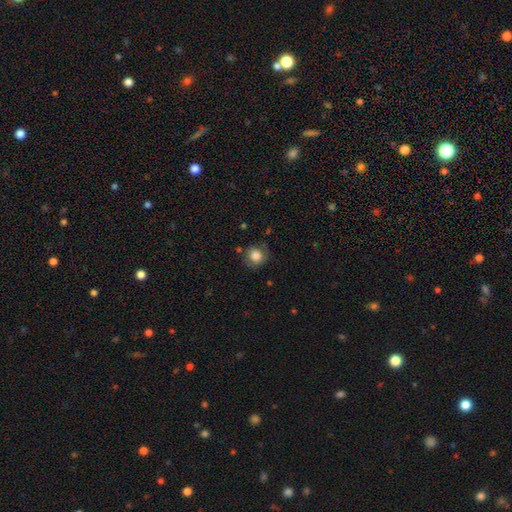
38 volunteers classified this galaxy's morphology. A smooth galaxy with no disk features (79%) that is round (97%). Merging: none (78%).